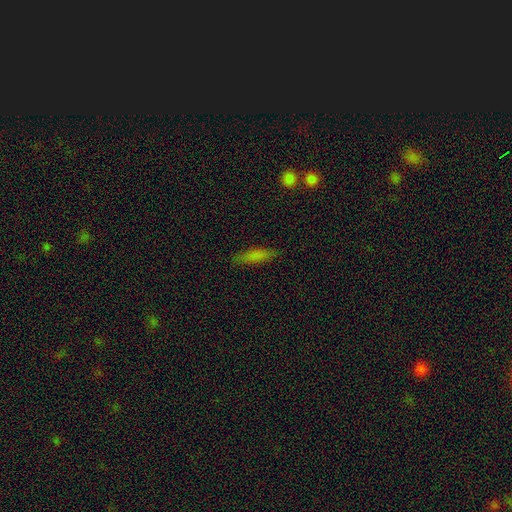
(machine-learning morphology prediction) This appears to be a smooth galaxy with no disk features (78%) that is cigar-shaped (60%). Merging: none (84%).